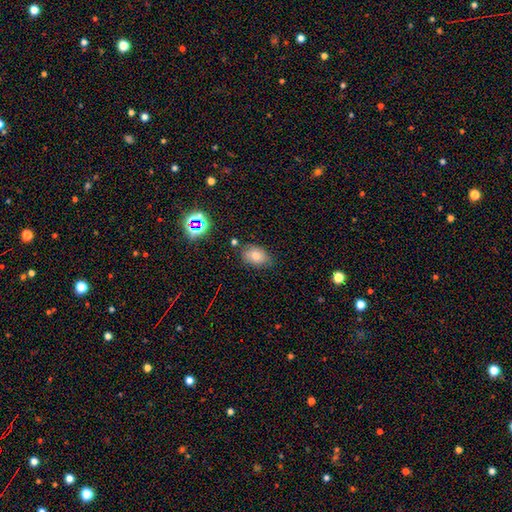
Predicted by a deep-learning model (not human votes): Overall: smooth (76%). How rounded: in between (82%). Merging: none (74%).